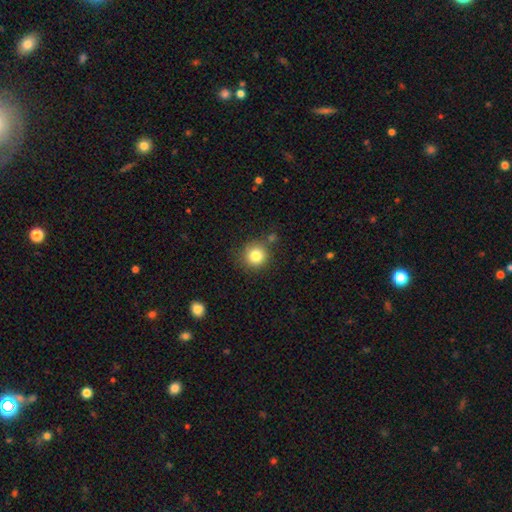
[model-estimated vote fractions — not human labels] Smooth or featured? smooth (82%)
How rounded? round (92%)
Merging? none (79%)